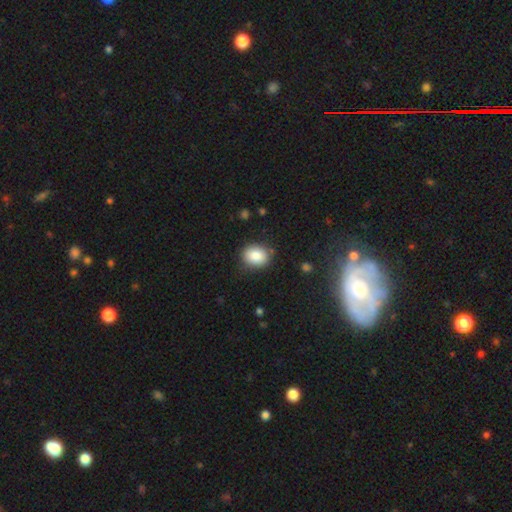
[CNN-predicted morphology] The model was most divided on "how rounded": round: 52%, in between: 47%, cigar-shaped: 1%. More confident: smooth or featured — smooth (86%); merging — none (82%).